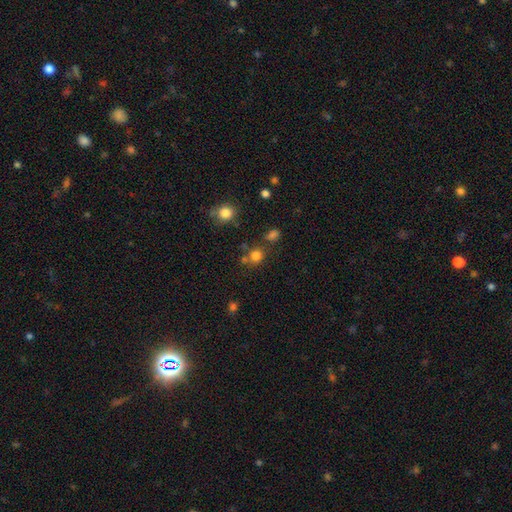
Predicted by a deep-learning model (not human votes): Morphology: type=smooth (78%); roundness=round (84%); merging=none (68%).